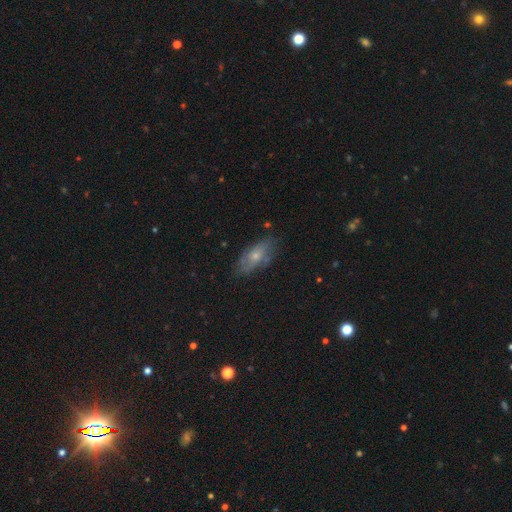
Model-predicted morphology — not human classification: smooth-or-featured: smooth: 46% (tied) | featured or disk: 46% (tied) | star or artifact: 8%
  merging: none: 70% | minor disturbance: 22% | major disturbance: 6% | merger: 2%